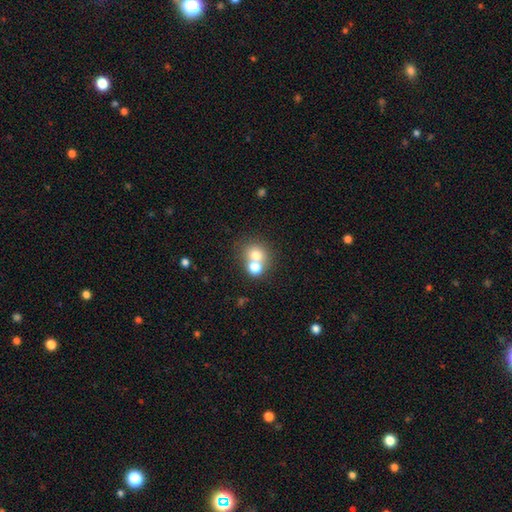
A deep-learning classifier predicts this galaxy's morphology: A smooth galaxy with no disk features (72%) that is round (78%). Merging: merger (48%).